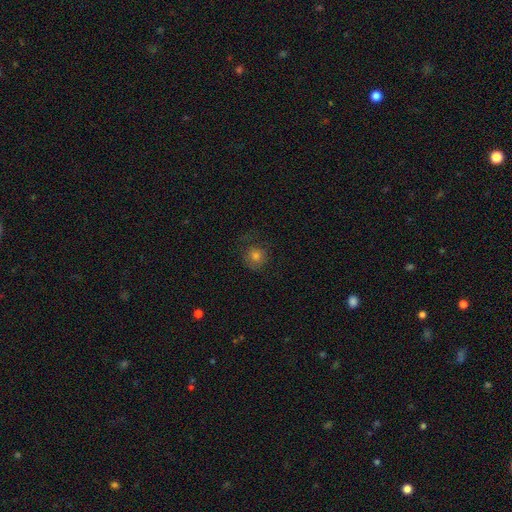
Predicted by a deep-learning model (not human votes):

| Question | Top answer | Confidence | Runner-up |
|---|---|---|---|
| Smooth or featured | smooth | 72% | star or artifact (14%) |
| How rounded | round | 90% | in between (9%) |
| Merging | none | 71% | minor disturbance (17%) |